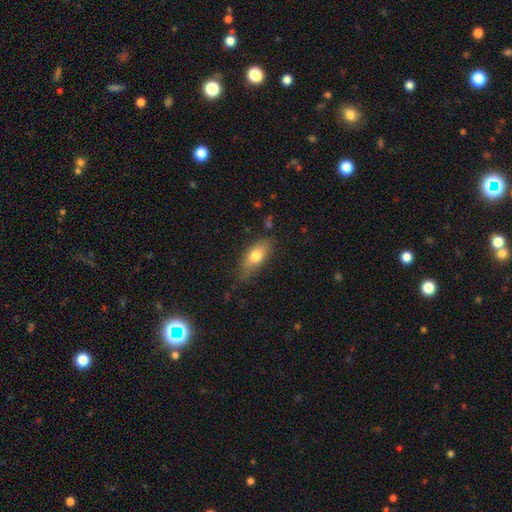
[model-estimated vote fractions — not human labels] smooth-or-featured: smooth: 74% | featured or disk: 19% | star or artifact: 7%
  how-rounded: in between: 81% | cigar-shaped: 15% | round: 4%
  merging: none: 69% | minor disturbance: 24% | major disturbance: 5% | merger: 2%